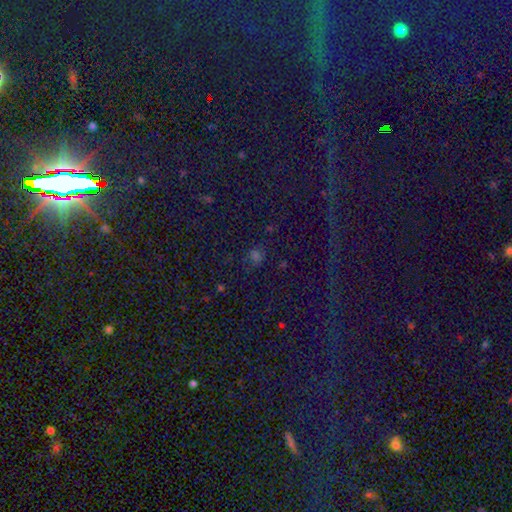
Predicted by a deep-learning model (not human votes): Smooth or featured: star or artifact — 55% (smooth — 37%)